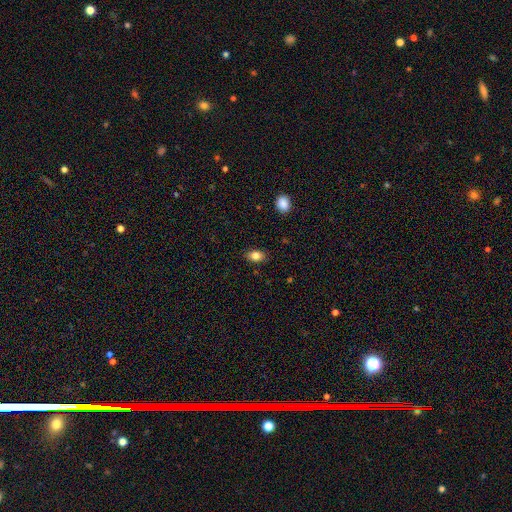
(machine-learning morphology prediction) The model was most divided on "how rounded": in between: 81%, round: 17%, cigar-shaped: 2%. More confident: merging — none (87%); smooth or featured — smooth (83%).